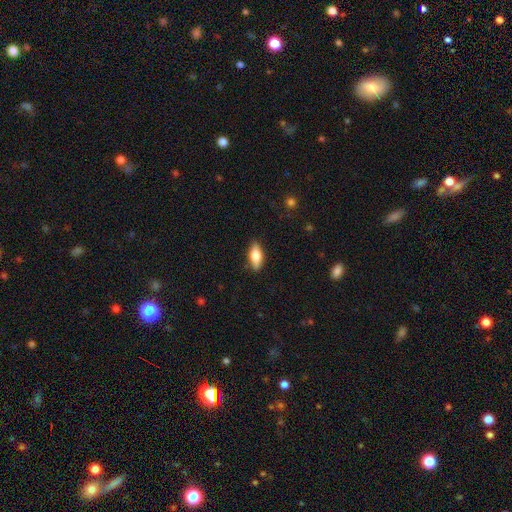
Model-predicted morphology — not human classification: Smooth or featured?
  - smooth: 69% *
  - featured or disk: 25%
  - star or artifact: 6%
How rounded?
  - in between: 77% *
  - cigar-shaped: 20%
  - round: 3%
Merging?
  - none: 86% *
  - minor disturbance: 11%
  - major disturbance: 2%
  - merger: 1%